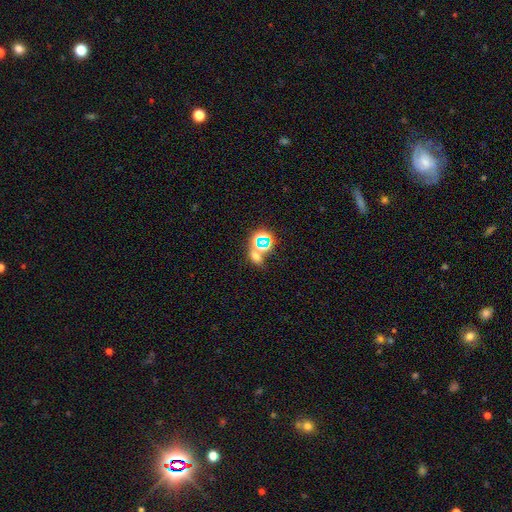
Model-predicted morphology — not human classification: Overall: star or artifact (46%; smooth 42%).